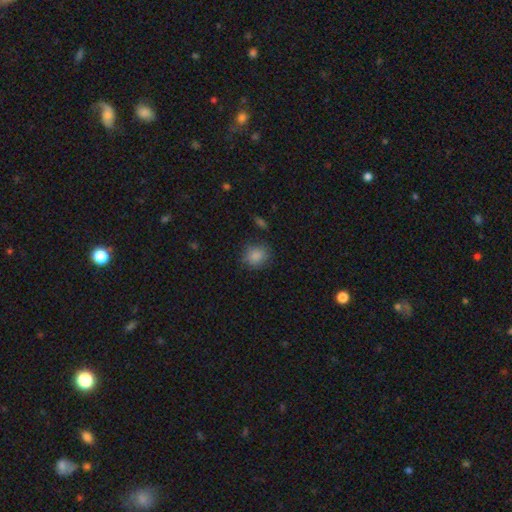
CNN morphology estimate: A smooth galaxy with no disk features (85%) that is round (72%). Merging: none (78%).